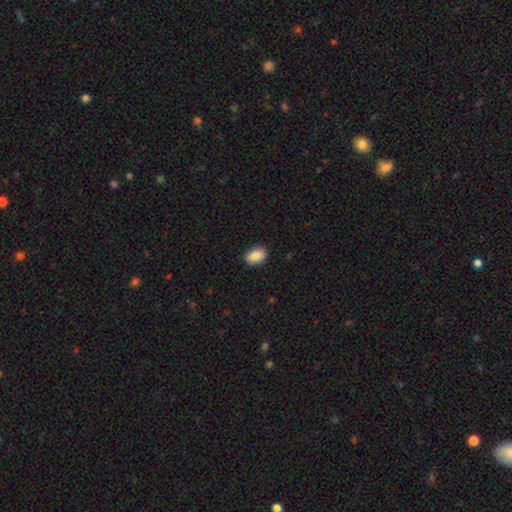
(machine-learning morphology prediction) Smooth or featured? Predicted: smooth (p=0.88). How rounded? Predicted: in between (p=0.87). Merging? Predicted: none (p=0.88).